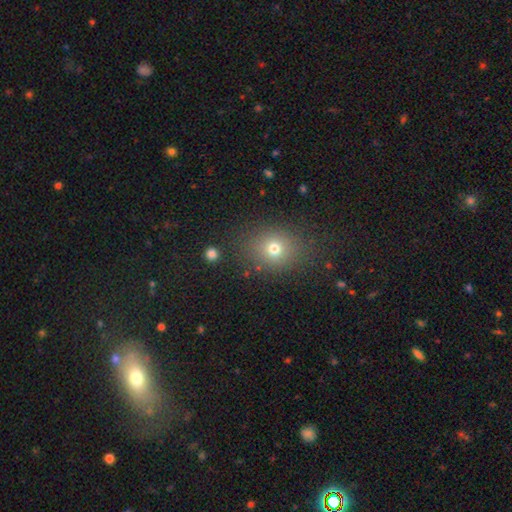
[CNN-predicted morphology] A smooth galaxy with no disk features (64%) that is in between round and cigar-shaped (49%, tied with round). Merging: none (85%).